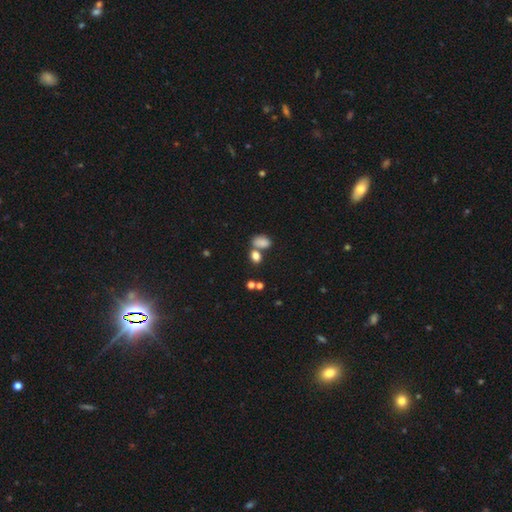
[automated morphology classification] smooth_or_featured: smooth (p=0.80) [alt: star or artifact p=0.13]
how_rounded: in between (p=0.72) [alt: round p=0.26]
merging: none (p=0.48) [alt: merger p=0.35]